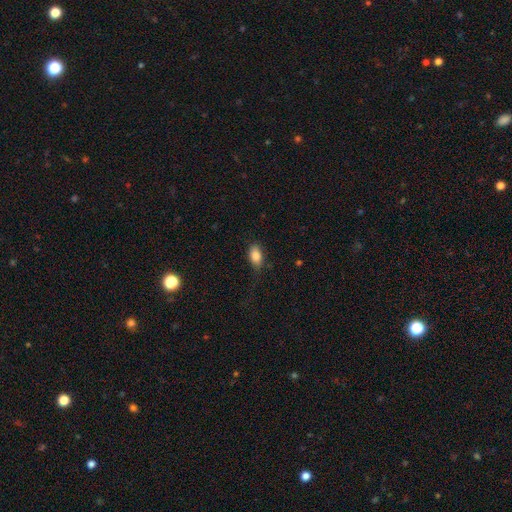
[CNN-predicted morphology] Smooth or featured: smooth — 86% (star or artifact — 8%)
How rounded: in between — 89% (round — 8%)
Merging: none — 74% (minor disturbance — 19%)